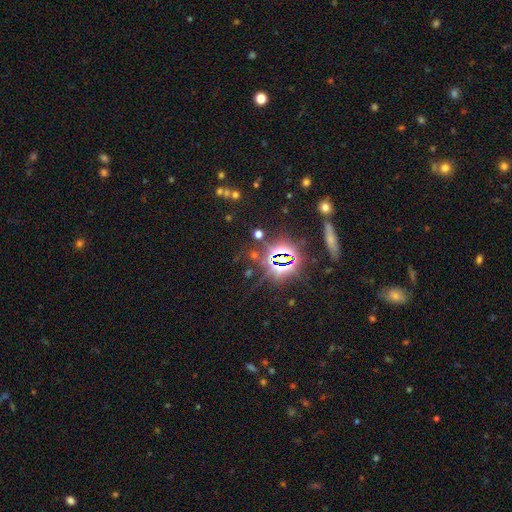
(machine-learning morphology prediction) type=star or artifact (79%).